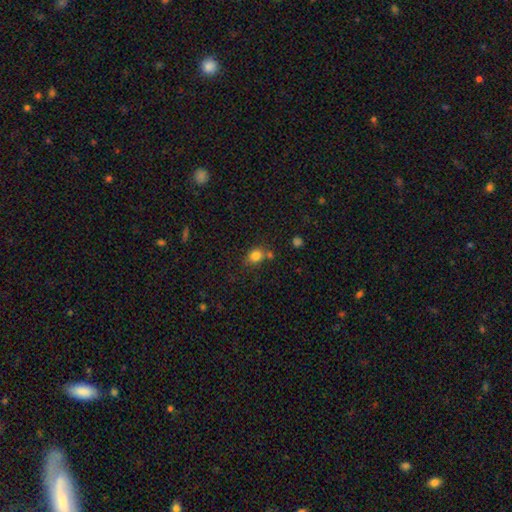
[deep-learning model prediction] Smooth or featured?
  - smooth: 81% *
  - star or artifact: 12%
  - featured or disk: 7%
How rounded?
  - round: 52% *
  - in between: 47%
  - cigar-shaped: 1%
Merging?
  - none: 63% *
  - merger: 16%
  - minor disturbance: 16%
  - major disturbance: 5%